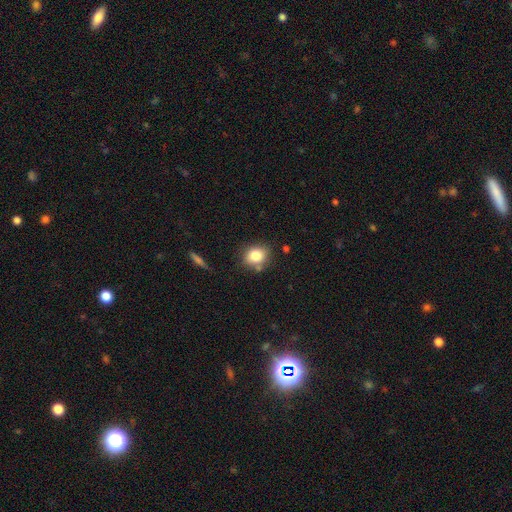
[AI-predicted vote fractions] Smooth or featured?
  - smooth: 81% *
  - star or artifact: 10%
  - featured or disk: 9%
How rounded?
  - round: 59% *
  - in between: 40%
  - cigar-shaped: 1%
Merging?
  - none: 73% *
  - minor disturbance: 16%
  - merger: 7%
  - major disturbance: 4%